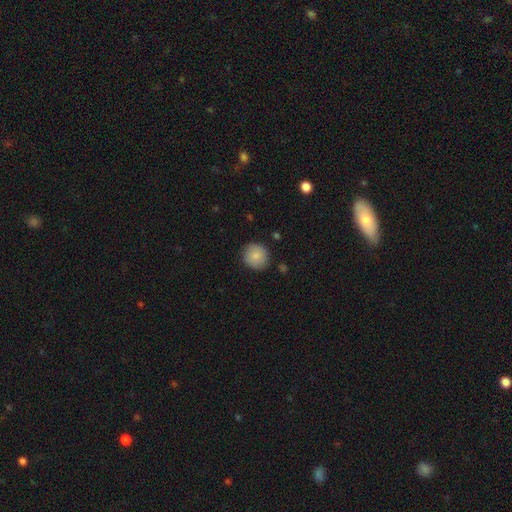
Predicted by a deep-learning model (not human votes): Overall: smooth (84%). How rounded: round (90%). Merging: none (87%).